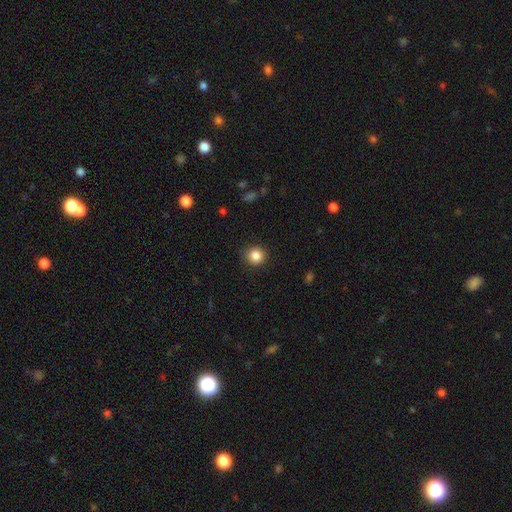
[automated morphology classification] This appears to be a smooth galaxy with no disk features (86%) that is round (91%). Merging: none (88%).